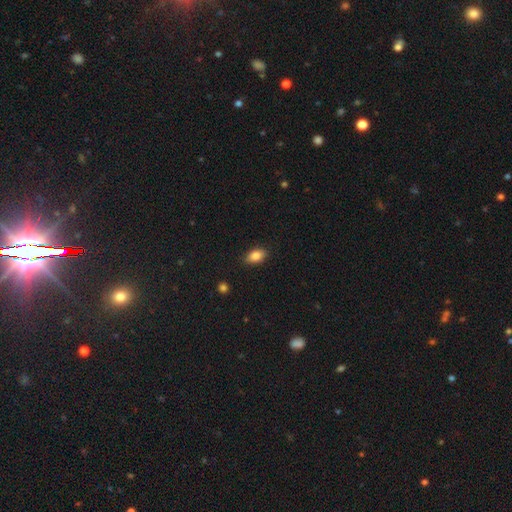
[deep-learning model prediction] Q: Smooth or featured?
A: smooth (84%); runner-up: star or artifact (8%)
Q: How rounded?
A: in between (88%); runner-up: round (9%)
Q: Merging?
A: none (87%); runner-up: minor disturbance (10%)